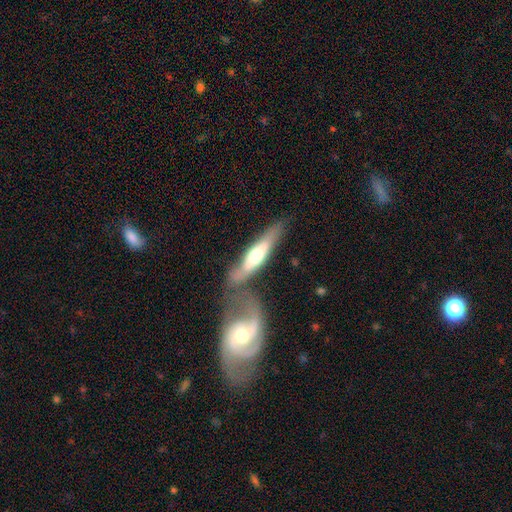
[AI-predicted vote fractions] A featured or disk galaxy (51%) viewed edge-on (73%). Merging: none (45%).